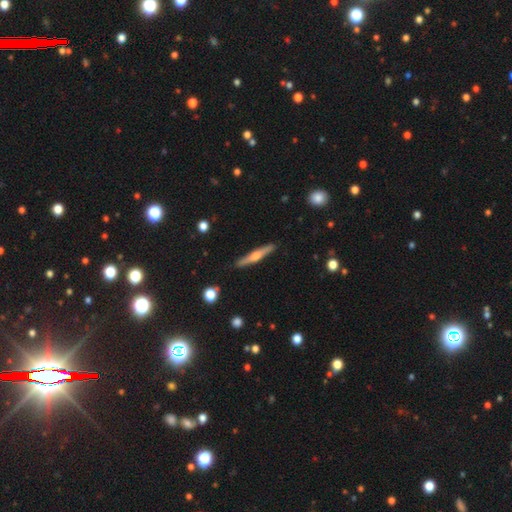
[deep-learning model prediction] featured or disk 63%, smooth 31%, star or artifact 6%. Down the decision tree: edge-on disk — yes (97%); edge-on bulge — rounded (85%); merging — none (90%).